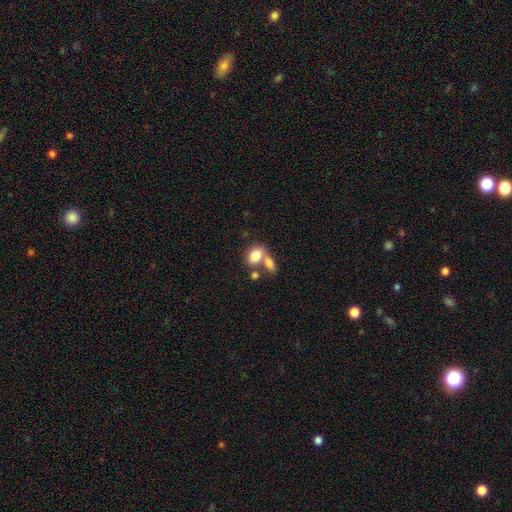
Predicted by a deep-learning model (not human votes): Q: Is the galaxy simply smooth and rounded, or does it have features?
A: smooth — 80%.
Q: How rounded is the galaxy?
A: in between — 82%.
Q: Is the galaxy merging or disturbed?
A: merger — 49%.